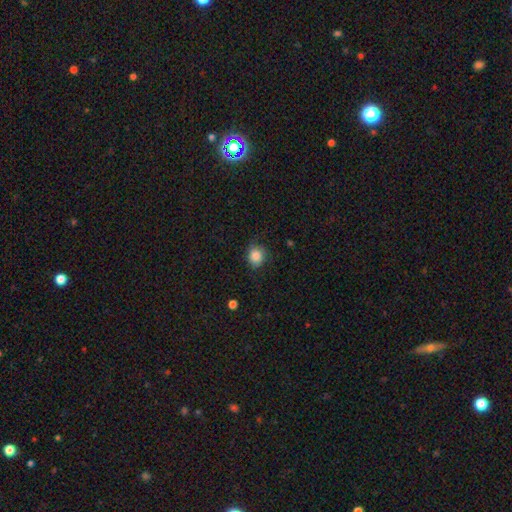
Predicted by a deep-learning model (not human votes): A smooth galaxy with no disk features (85%) that is round (77%).

Vote fractions:
- Smooth or featured? smooth: 85% / star or artifact: 9% / featured or disk: 6%
- How rounded? round: 77% / in between: 22% / cigar-shaped: 1%
- Merging? none: 71% / minor disturbance: 22% / major disturbance: 6% / merger: 1%